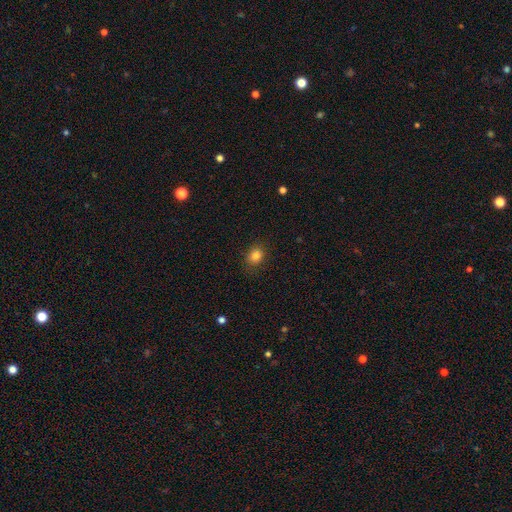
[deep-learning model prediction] Smooth or featured? Predicted: smooth (p=0.83). How rounded? Predicted: round (p=0.55). Merging? Predicted: none (p=0.85).